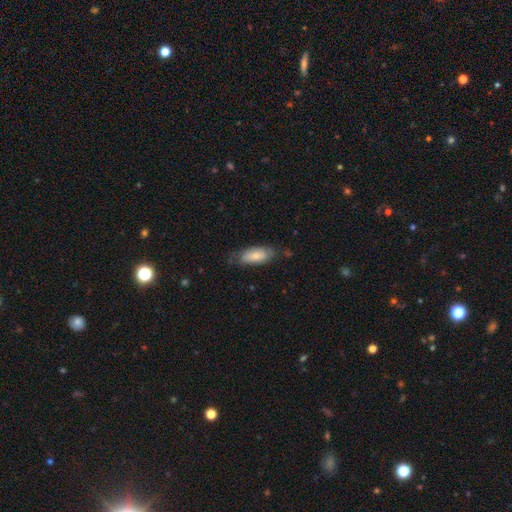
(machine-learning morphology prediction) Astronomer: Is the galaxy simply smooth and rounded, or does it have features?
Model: smooth — 70%.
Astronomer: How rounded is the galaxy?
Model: in between — 85%.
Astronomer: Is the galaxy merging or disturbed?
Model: none — 62%.